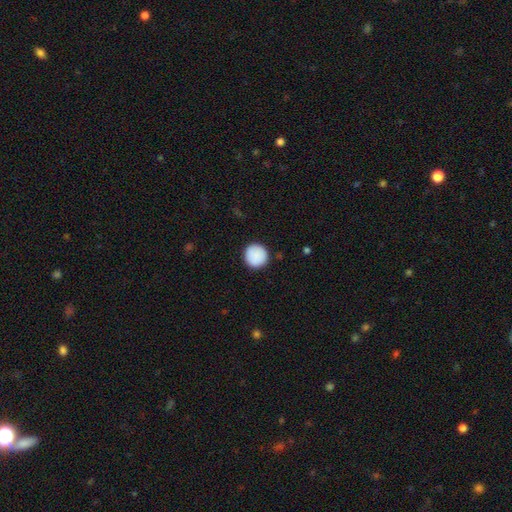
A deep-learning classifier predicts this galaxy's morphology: smooth-or-featured: smooth: 90% | star or artifact: 7% | featured or disk: 4%
  how-rounded: round: 95% | in between: 4% | cigar-shaped: 1%
  merging: none: 91% | minor disturbance: 6% | major disturbance: 2% | merger: 1%